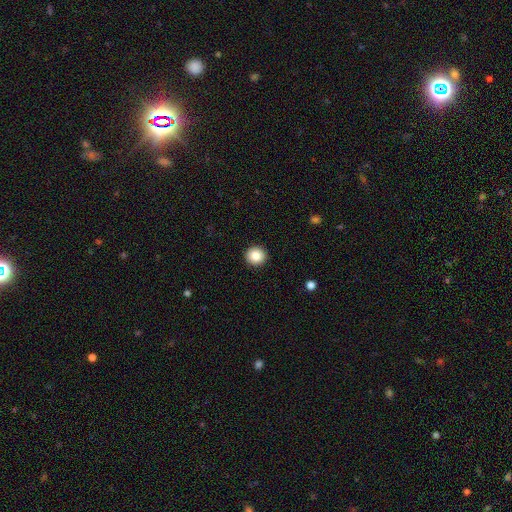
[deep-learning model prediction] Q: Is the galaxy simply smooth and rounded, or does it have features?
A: smooth — 86%.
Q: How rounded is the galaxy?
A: round — 93%.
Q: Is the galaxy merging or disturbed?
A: none — 93%.